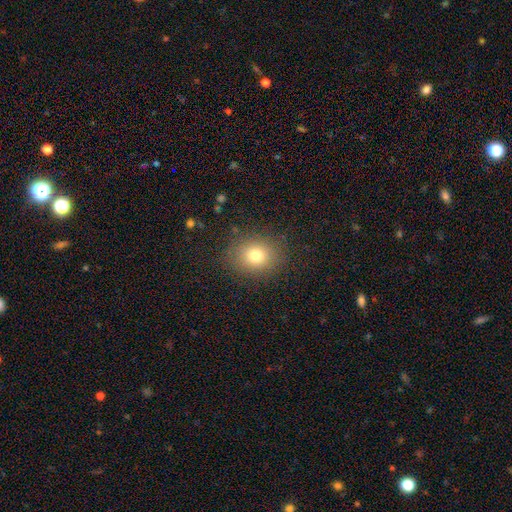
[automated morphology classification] smooth-or-featured: smooth: 77% | star or artifact: 13% | featured or disk: 10%
  how-rounded: round: 65% | in between: 34% | cigar-shaped: 1%
  merging: none: 86% | minor disturbance: 9% | major disturbance: 4% | merger: 1%